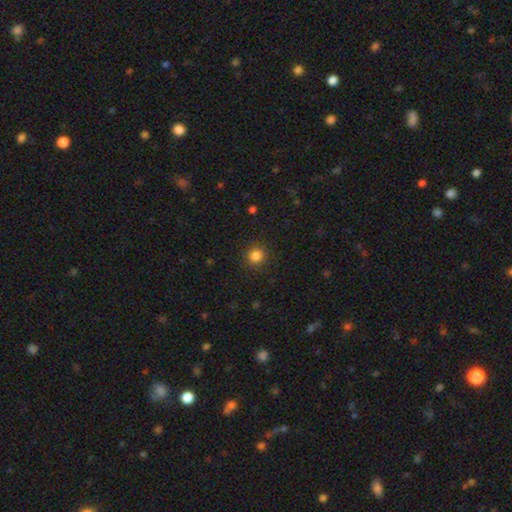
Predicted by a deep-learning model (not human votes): Morphology: type=smooth (84%); roundness=round (91%); merging=none (90%).